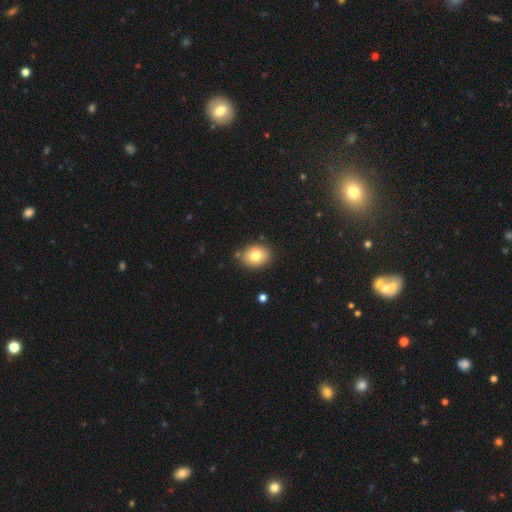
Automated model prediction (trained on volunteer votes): smooth 79%, featured or disk 12%, star or artifact 9%. Down the decision tree: how rounded — in between (62%); merging — none (83%).